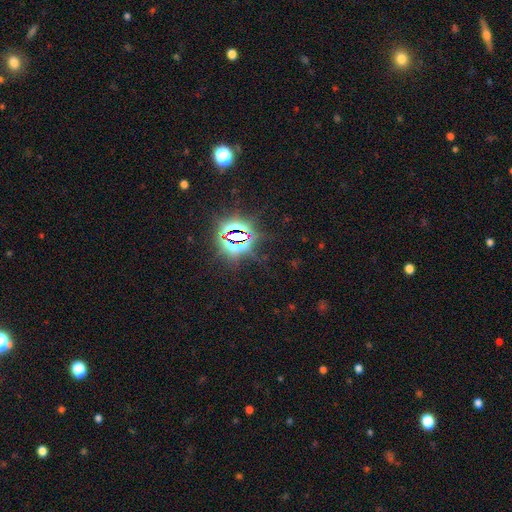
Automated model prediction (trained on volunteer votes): This appears to be a star or artifact, not a galaxy (83%).